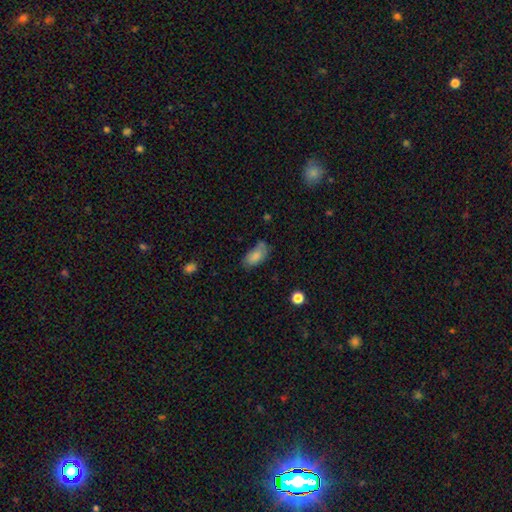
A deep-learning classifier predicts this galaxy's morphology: A smooth galaxy with no disk features (82%) that is in between round and cigar-shaped (92%). Merging: none (53%).